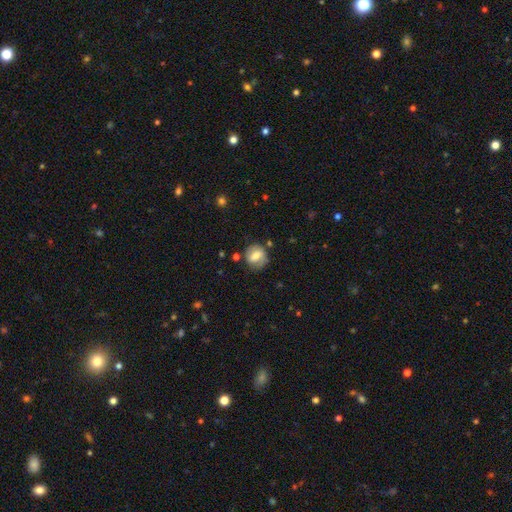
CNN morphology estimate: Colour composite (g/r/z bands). It shows a smooth galaxy with no disk features (60%) that is round (67%). Merging: none (69%).